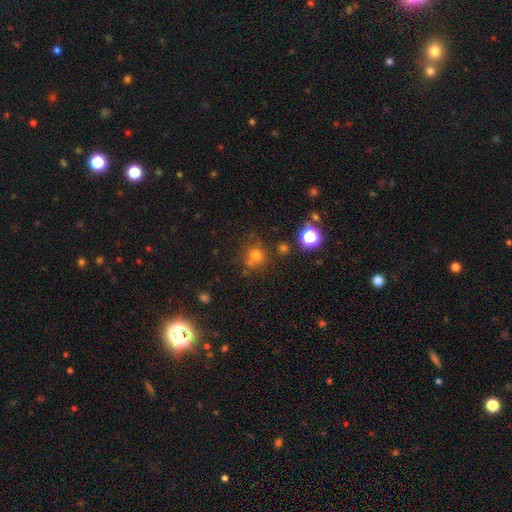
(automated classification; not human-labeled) A smooth galaxy with no disk features (72%) that is round (86%). Merging: none (65%).